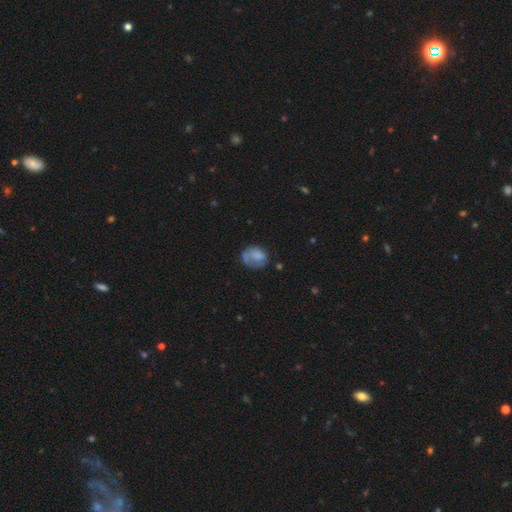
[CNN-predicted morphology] type=smooth (64%); roundness=round (56%); merging=none (45%).